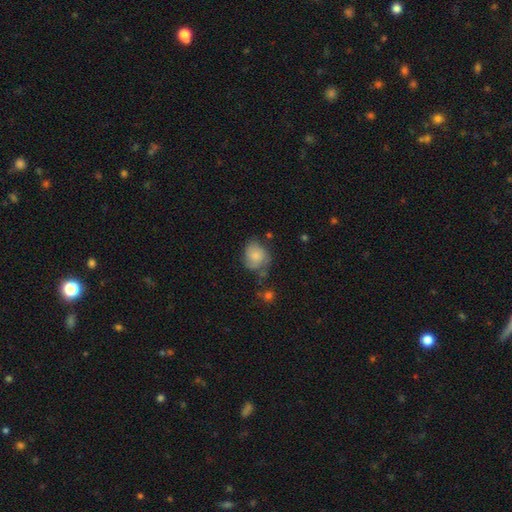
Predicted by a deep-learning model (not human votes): smooth_or_featured: smooth (p=0.71) [alt: featured or disk p=0.21]
how_rounded: round (p=0.55) [alt: in between p=0.44]
merging: none (p=0.47) [alt: minor disturbance p=0.32]